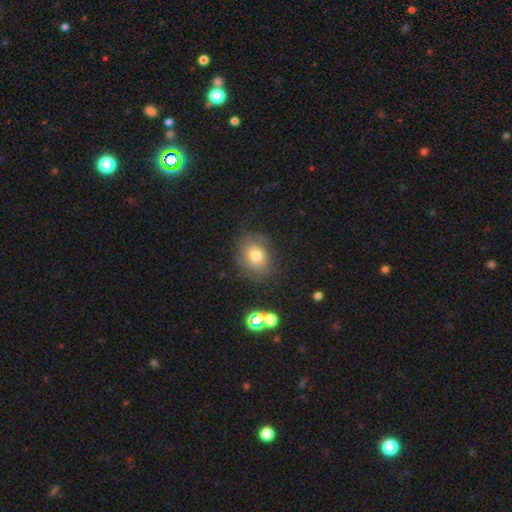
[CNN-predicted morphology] This is possibly a smooth galaxy (55%). How rounded: possibly round (50%). Merging: likely none (67%).